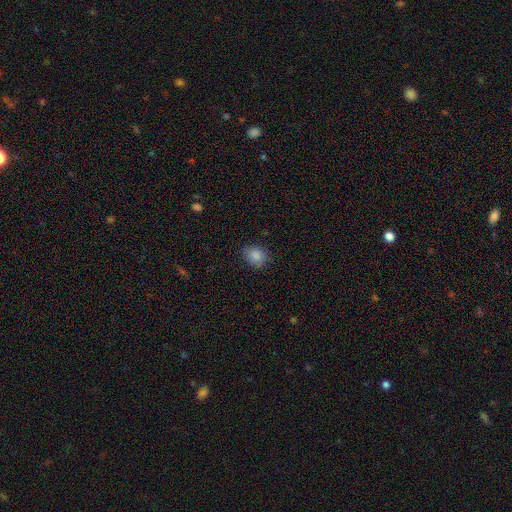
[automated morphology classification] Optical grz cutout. It shows a smooth galaxy with no disk features (86%) that is round (58%). Merging: none (82%).